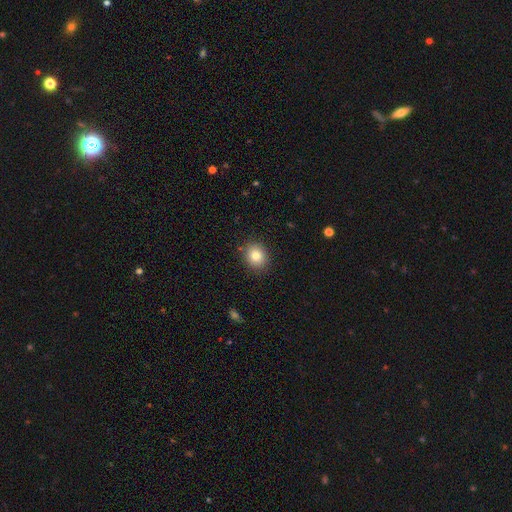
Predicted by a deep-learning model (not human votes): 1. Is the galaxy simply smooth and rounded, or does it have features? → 82% smooth, 10% star or artifact, 8% featured or disk.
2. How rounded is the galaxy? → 72% round, 27% in between, 1% cigar-shaped.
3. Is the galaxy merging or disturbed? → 88% none, 8% minor disturbance, 2% major disturbance, 1% merger.